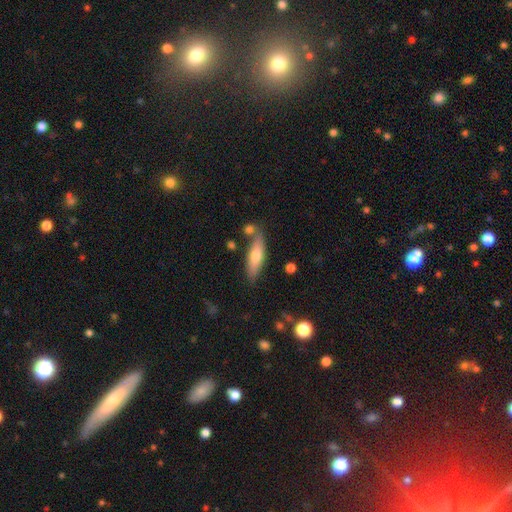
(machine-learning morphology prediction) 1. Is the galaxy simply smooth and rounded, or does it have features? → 65% smooth, 29% featured or disk, 6% star or artifact.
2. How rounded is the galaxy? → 59% cigar-shaped, 39% in between, 2% round.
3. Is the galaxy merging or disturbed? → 72% none, 15% minor disturbance, 10% merger, 3% major disturbance.